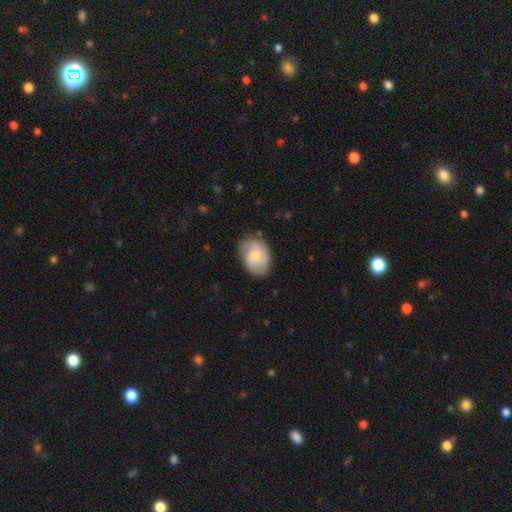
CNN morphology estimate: Smooth or featured: smooth — 50% (featured or disk — 44%)
Merging: none — 75% (minor disturbance — 19%)